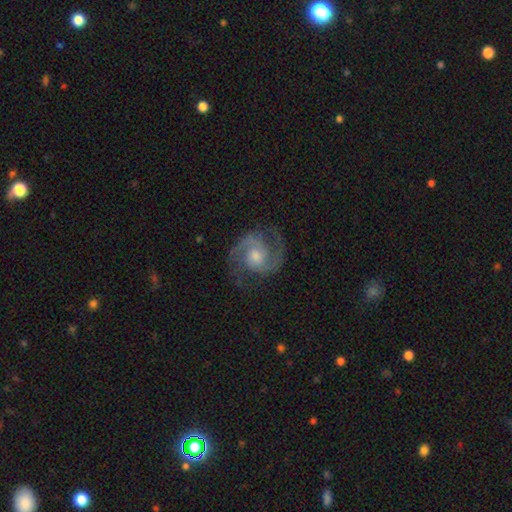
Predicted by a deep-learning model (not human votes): A featured or disk galaxy (90%) with no bar (62%), 2 (91%) medium (58%) spiral arms (98%) and a moderate central bulge (54%). Merging: none (79%).